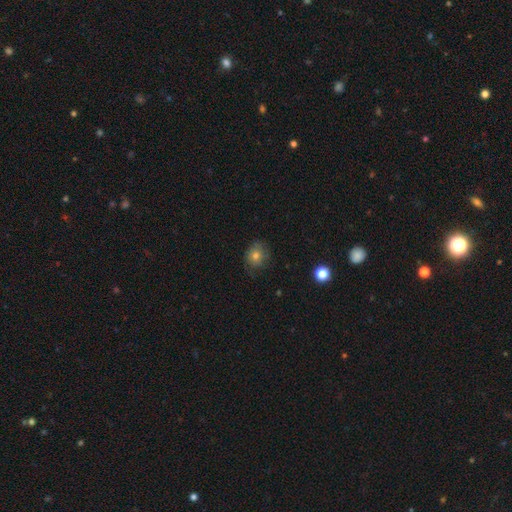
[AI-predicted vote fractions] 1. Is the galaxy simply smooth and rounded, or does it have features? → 73% smooth, 15% featured or disk, 12% star or artifact.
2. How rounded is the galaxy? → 71% round, 28% in between, 1% cigar-shaped.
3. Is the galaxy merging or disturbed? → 70% none, 22% minor disturbance, 7% major disturbance, 1% merger.